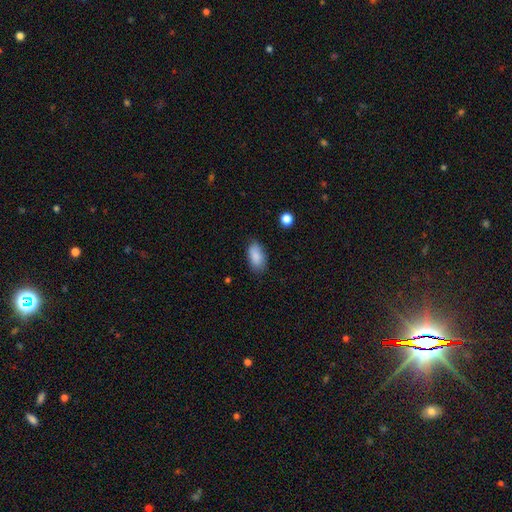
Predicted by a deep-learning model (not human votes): Q: Smooth or featured?
A: smooth (88%); runner-up: star or artifact (7%)
Q: How rounded?
A: in between (92%); runner-up: cigar-shaped (4%)
Q: Merging?
A: none (75%); runner-up: minor disturbance (19%)